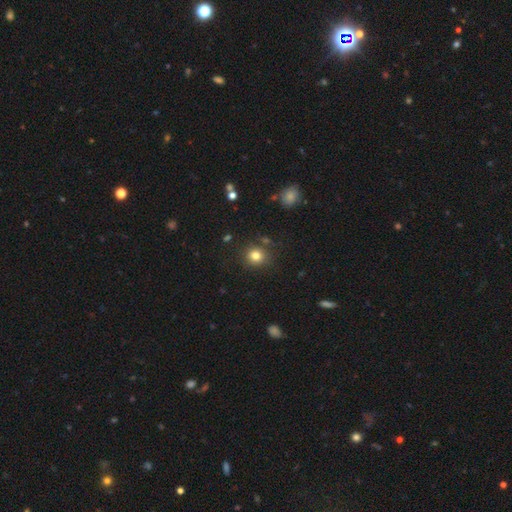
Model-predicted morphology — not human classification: This is likely a smooth galaxy (80%). How rounded: clearly round (86%). Merging: clearly none (84%).